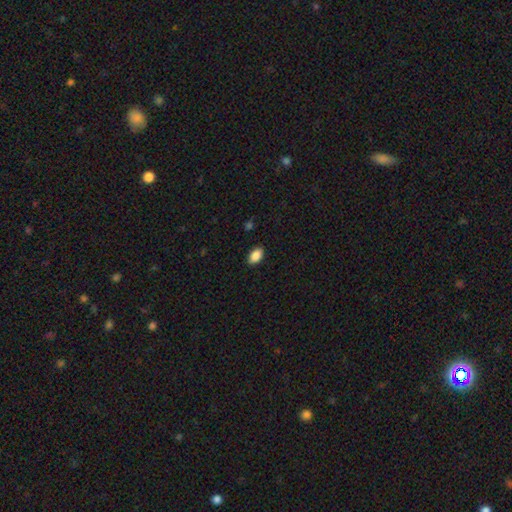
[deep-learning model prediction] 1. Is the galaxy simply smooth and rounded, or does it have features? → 88% smooth, 8% star or artifact, 4% featured or disk.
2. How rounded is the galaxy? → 92% in between, 6% round, 2% cigar-shaped.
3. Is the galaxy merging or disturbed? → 89% none, 8% minor disturbance, 2% major disturbance, 1% merger.